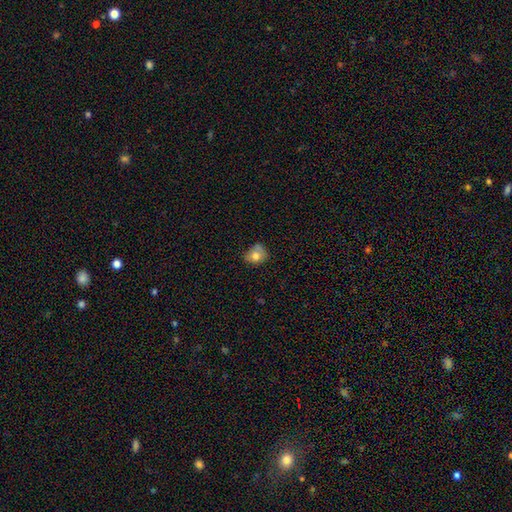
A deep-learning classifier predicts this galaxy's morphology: type=smooth (75%); roundness=round (58%); merging=none (47%).